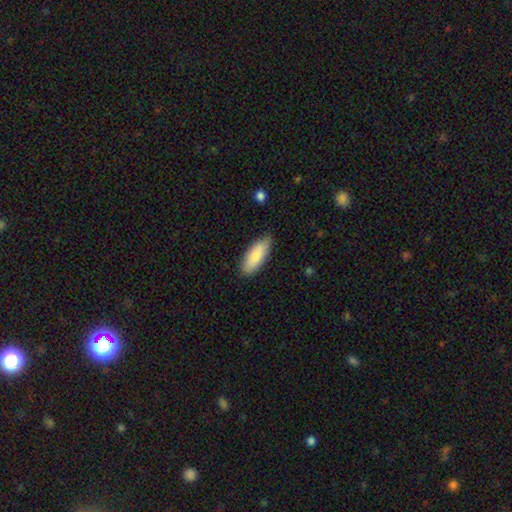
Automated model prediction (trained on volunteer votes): Q: Smooth or featured?
A: smooth (82%); runner-up: featured or disk (13%)
Q: How rounded?
A: in between (75%); runner-up: cigar-shaped (23%)
Q: Merging?
A: none (82%); runner-up: minor disturbance (14%)